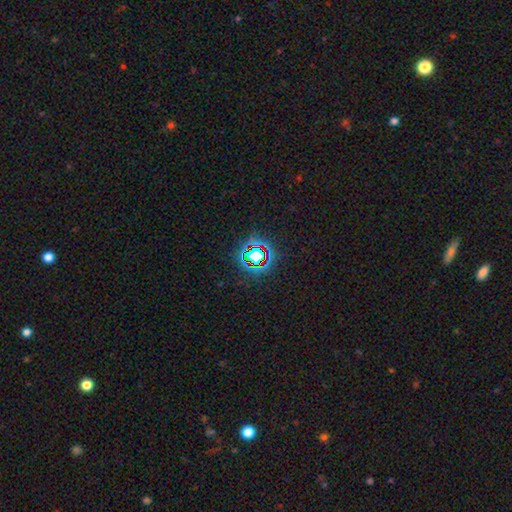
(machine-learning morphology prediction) This appears to be a star or artifact, not a galaxy (71%).